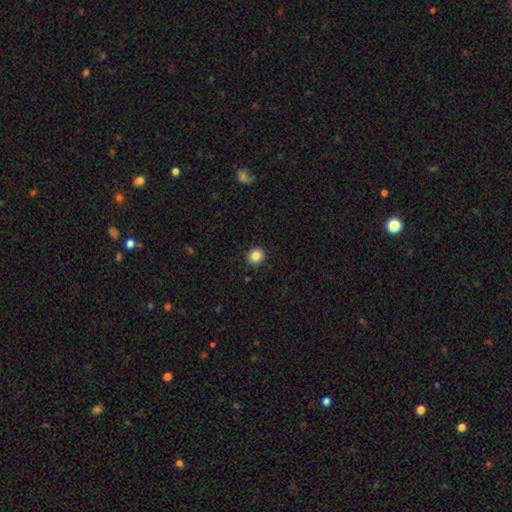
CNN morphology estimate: smooth 86%, star or artifact 10%, featured or disk 4%. Down the decision tree: how rounded — round (87%); merging — none (91%).